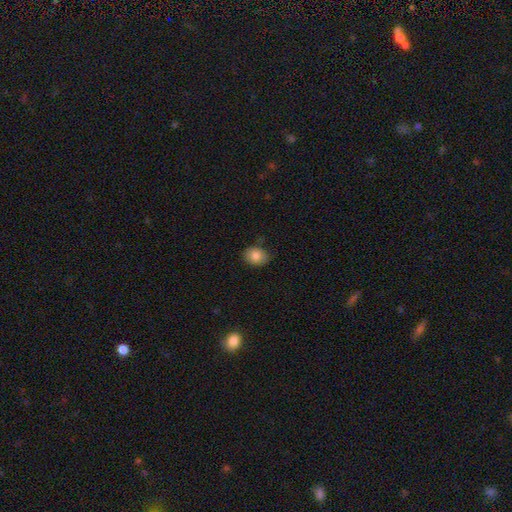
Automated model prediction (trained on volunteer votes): This appears to be a smooth galaxy with no disk features (83%) that is in between round and cigar-shaped (57%). Merging: none (81%).